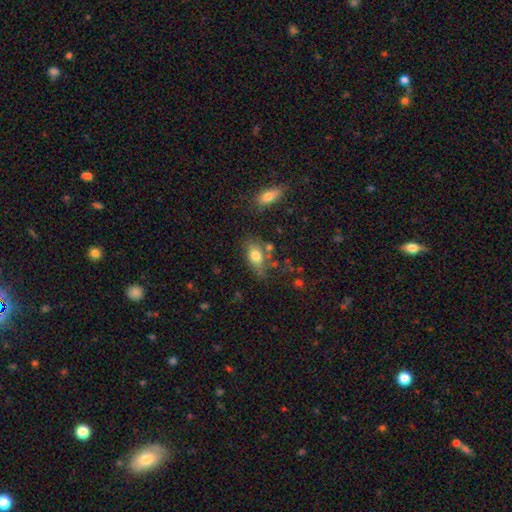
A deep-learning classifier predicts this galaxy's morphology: Q: Smooth or featured?
A: smooth (77%); runner-up: featured or disk (15%)
Q: How rounded?
A: in between (84%); runner-up: round (11%)
Q: Merging?
A: none (54%); runner-up: minor disturbance (25%)